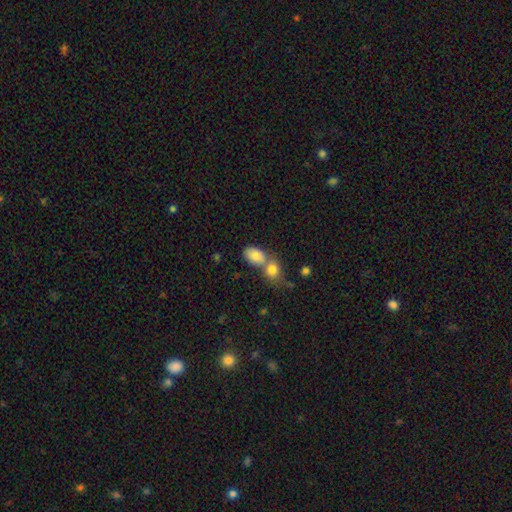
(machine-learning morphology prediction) The model was most divided on "merging": merger: 57%, none: 31%, minor disturbance: 8%, major disturbance: 3%. More confident: how rounded — in between (84%); smooth or featured — smooth (82%).